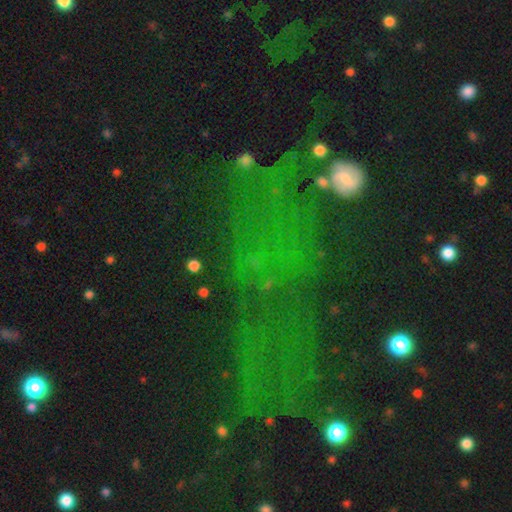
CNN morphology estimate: smooth-or-featured: star or artifact: 60% | smooth: 22% | featured or disk: 17%